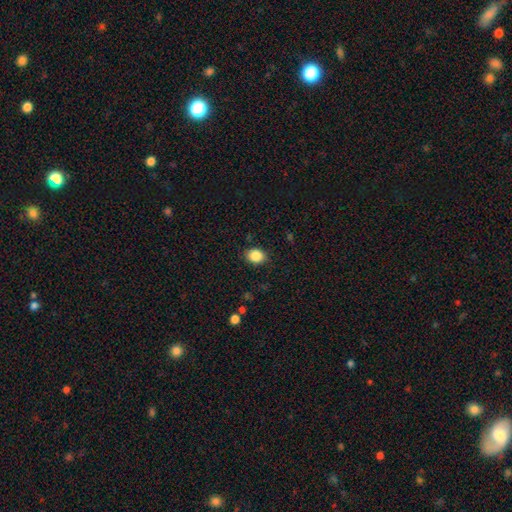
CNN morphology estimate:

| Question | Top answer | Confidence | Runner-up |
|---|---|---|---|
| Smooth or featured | smooth | 87% | star or artifact (9%) |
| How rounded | in between | 55% | round (44%) |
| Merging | none | 87% | minor disturbance (9%) |